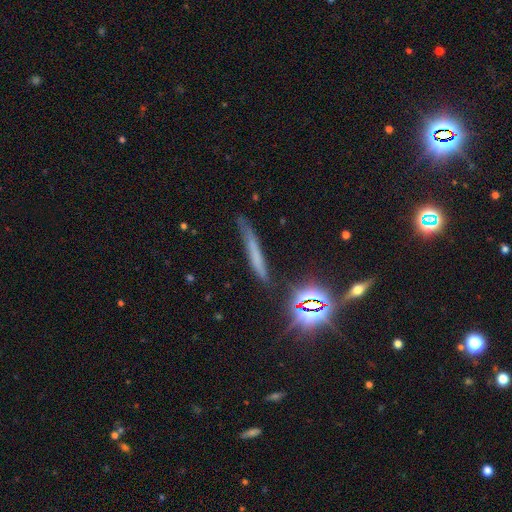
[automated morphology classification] Smooth or featured: smooth — 46% (featured or disk — 30%)
Merging: none — 75% (minor disturbance — 17%)